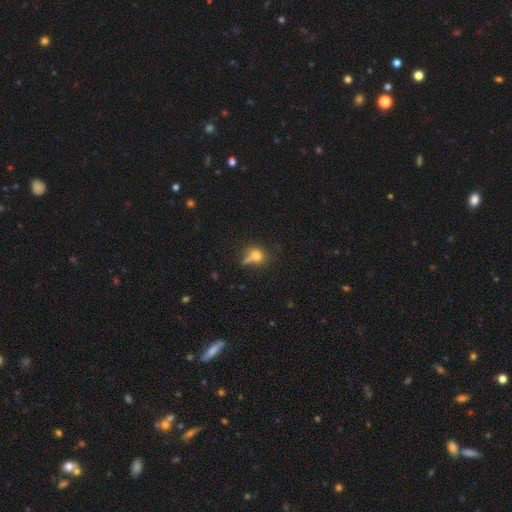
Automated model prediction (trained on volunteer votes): Smooth or featured: smooth — 71% (featured or disk — 15%)
How rounded: round — 64% (in between — 32%)
Merging: none — 45% (minor disturbance — 20%)